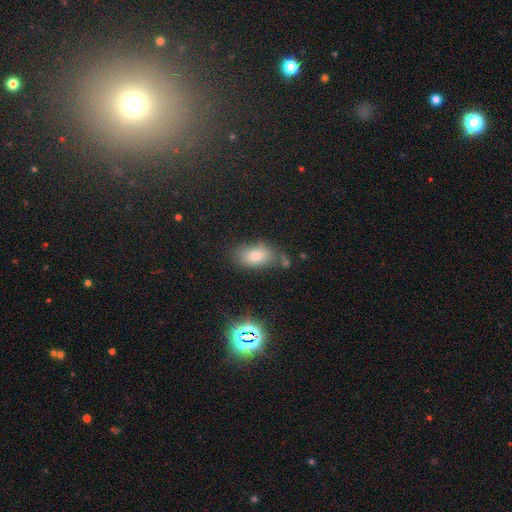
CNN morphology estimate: Smooth or featured? Predicted: smooth (p=0.72). How rounded? Predicted: in between (p=0.88). Merging? Predicted: none (p=0.68).